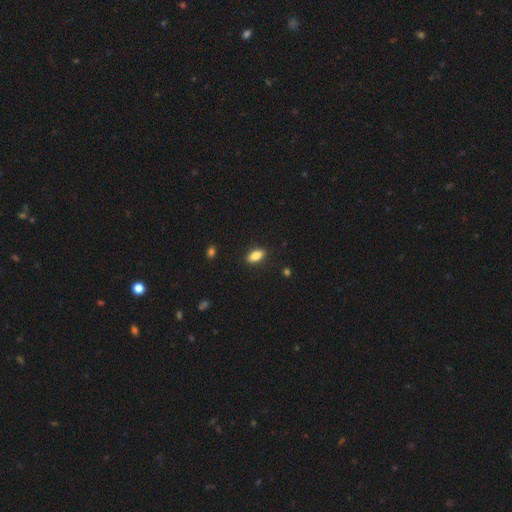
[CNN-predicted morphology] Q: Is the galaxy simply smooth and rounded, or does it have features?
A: smooth — 81%.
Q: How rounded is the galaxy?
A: in between — 86%.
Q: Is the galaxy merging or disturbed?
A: none — 88%.